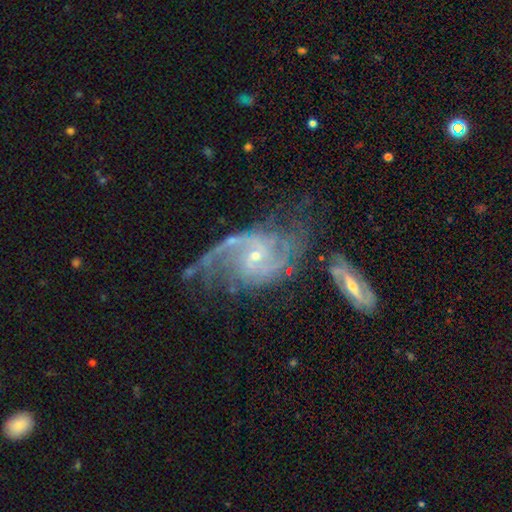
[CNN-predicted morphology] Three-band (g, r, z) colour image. It shows a featured or disk galaxy (90%) with no bar (51%), 2 (64%) medium (47%) spiral arms (97%) and a small central bulge (75%). Merging: none (45%).